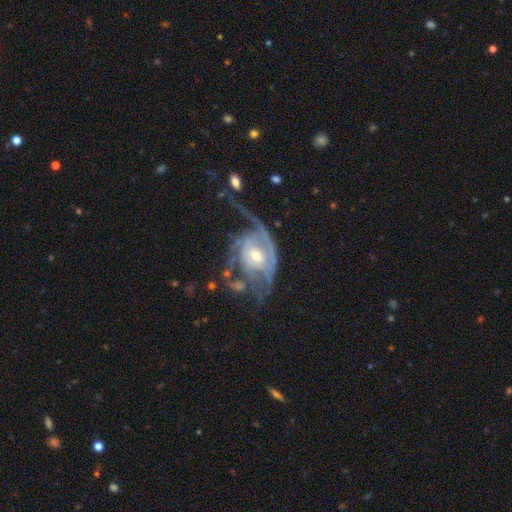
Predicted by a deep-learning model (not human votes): A featured or disk galaxy (84%) with no bar (65%), 2 (33%) medium (37%) spiral arms (87%) and a small central bulge (50%).

Vote fractions:
- Smooth or featured? featured or disk: 84% / smooth: 10% / star or artifact: 6%
- Edge-on disk? no: 96% / yes: 4%
- Bar? no: 65% / weak: 27% / strong: 8%
- Spiral arms? yes: 87% / no: 13%
- Spiral winding? medium: 37% / tight: 32% / loose: 31%
- Spiral arm count? 2: 33% / can't tell: 28% / 1: 16% / 3: 14% / 4: 5% / more than 4: 4%
- Bulge size? small: 50% / moderate: 44% / large: 3% / none: 1% / dominant: 1%
- Merging? major disturbance: 49% / none: 26% / minor disturbance: 17% / merger: 8%